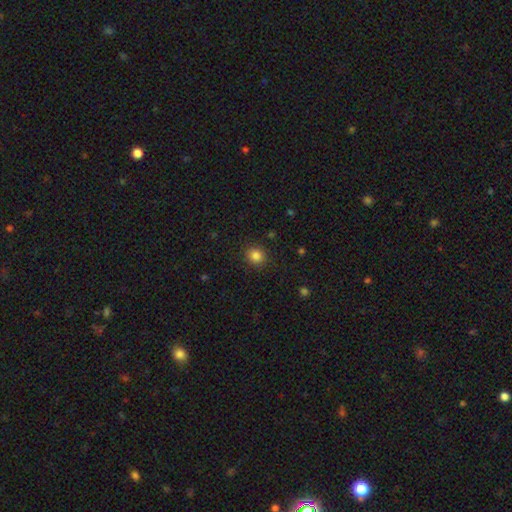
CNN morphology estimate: smooth_or_featured: smooth (p=0.84) [alt: star or artifact p=0.11]
how_rounded: round (p=0.79) [alt: in between p=0.20]
merging: none (p=0.89) [alt: minor disturbance p=0.08]